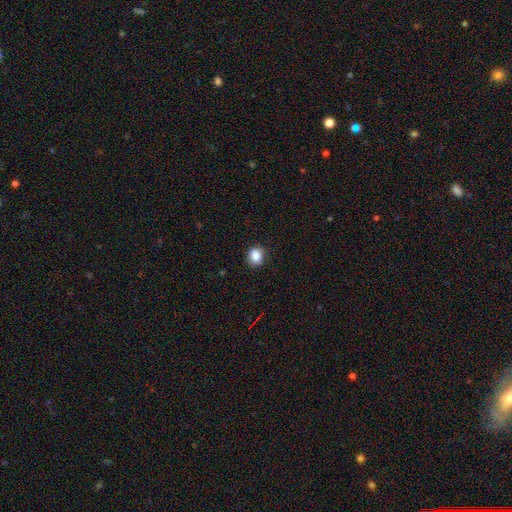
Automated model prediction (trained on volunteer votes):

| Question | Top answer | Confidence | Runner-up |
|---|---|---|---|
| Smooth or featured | smooth | 85% | star or artifact (10%) |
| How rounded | round | 66% | in between (33%) |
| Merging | none | 87% | minor disturbance (10%) |